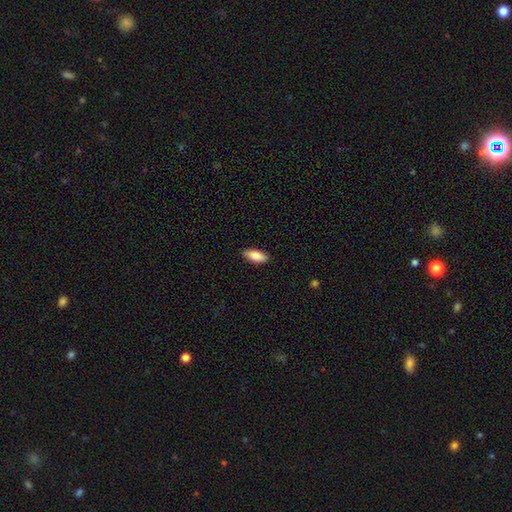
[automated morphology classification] A smooth galaxy with no disk features (85%) that is in between round and cigar-shaped (82%). Merging: none (87%).